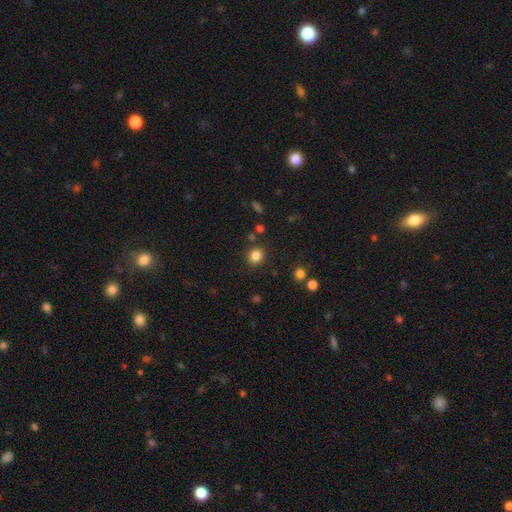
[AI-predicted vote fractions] The model was most divided on "how rounded": round: 85%, in between: 14%, cigar-shaped: 1%. More confident: merging — none (85%); smooth or featured — smooth (83%).